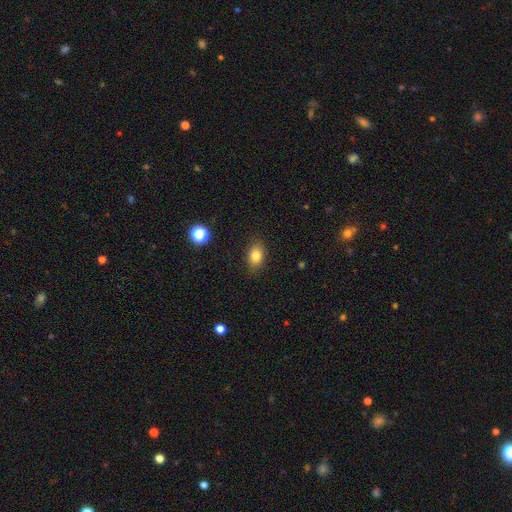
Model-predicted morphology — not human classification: Smooth or featured?
  - smooth: 82% *
  - star or artifact: 11%
  - featured or disk: 7%
How rounded?
  - in between: 75% *
  - round: 23%
  - cigar-shaped: 2%
Merging?
  - none: 86% *
  - minor disturbance: 10%
  - major disturbance: 3%
  - merger: 1%